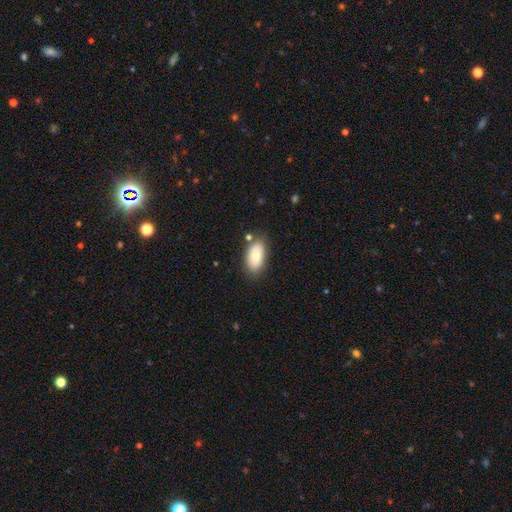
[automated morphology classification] The model was most divided on "smooth or featured": smooth: 77%, featured or disk: 16%, star or artifact: 7%. More confident: how rounded — in between (94%); merging — none (76%).